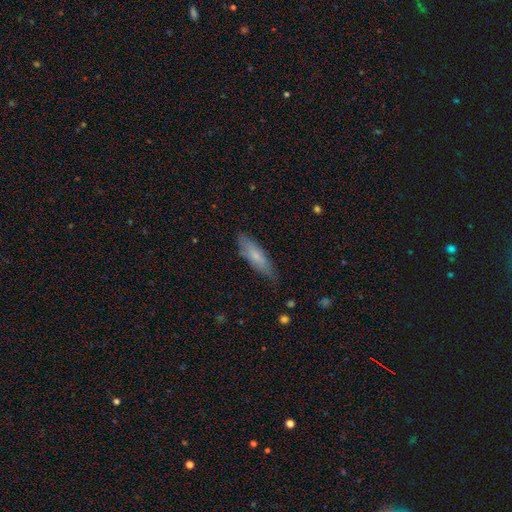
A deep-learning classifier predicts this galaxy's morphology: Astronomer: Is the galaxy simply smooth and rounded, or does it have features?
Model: smooth — 67%.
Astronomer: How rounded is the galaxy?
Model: cigar-shaped — 61% (runner-up: in between, 37%).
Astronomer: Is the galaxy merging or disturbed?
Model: none — 74%.